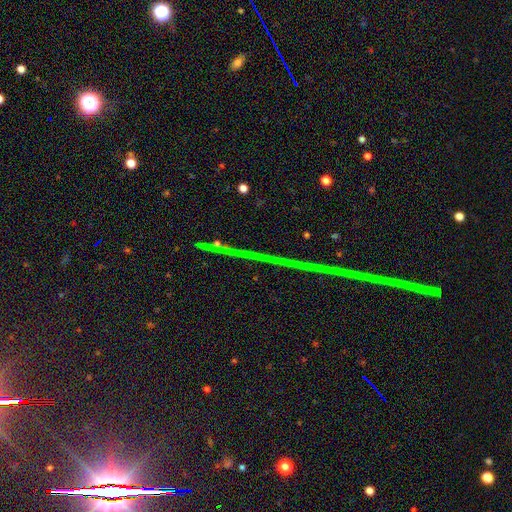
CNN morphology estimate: Q: Smooth or featured?
A: star or artifact (83%); runner-up: featured or disk (11%)